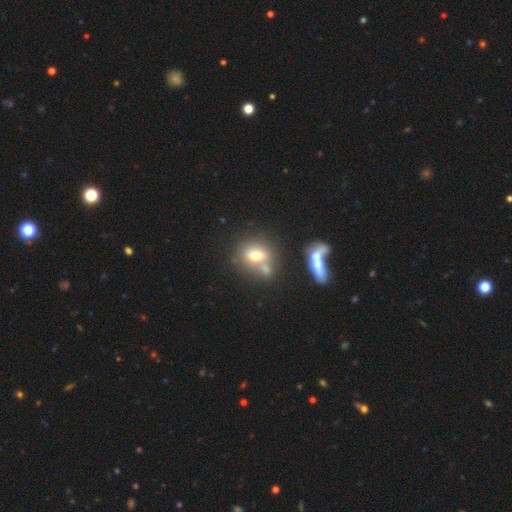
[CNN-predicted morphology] smooth_or_featured: smooth (p=0.67) [alt: featured or disk p=0.21]
how_rounded: in between (p=0.50) [alt: round p=0.47]
merging: none (p=0.47) [alt: merger p=0.36]